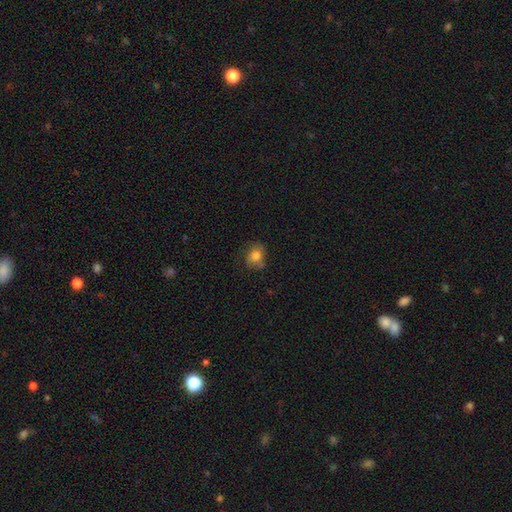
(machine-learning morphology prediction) This is likely a smooth galaxy (79%). How rounded: possibly round (56%). Merging: likely none (61%).